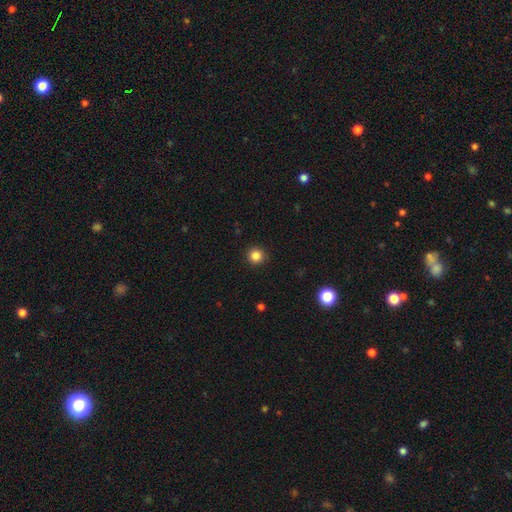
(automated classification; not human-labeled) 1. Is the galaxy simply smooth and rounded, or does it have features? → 84% smooth, 12% star or artifact, 4% featured or disk.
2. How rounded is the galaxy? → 95% round, 4% in between, 1% cigar-shaped.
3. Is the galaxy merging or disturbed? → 92% none, 6% minor disturbance, 2% major disturbance, 1% merger.